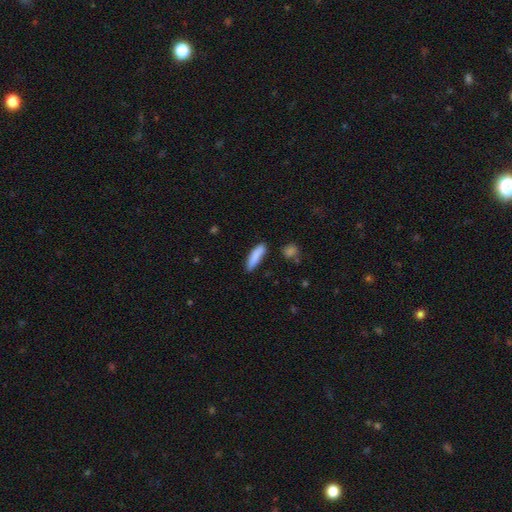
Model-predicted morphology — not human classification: A smooth galaxy with no disk features (86%) that is cigar-shaped (65%). Merging: none (79%).